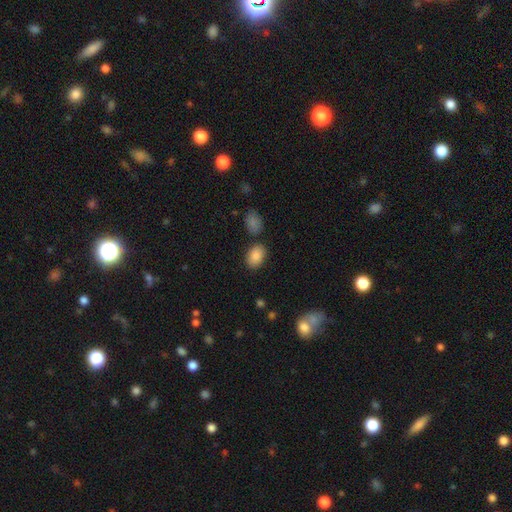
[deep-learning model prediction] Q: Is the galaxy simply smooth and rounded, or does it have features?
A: smooth — 87%.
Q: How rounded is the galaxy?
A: in between — 80%.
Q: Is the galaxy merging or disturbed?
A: none — 80%.